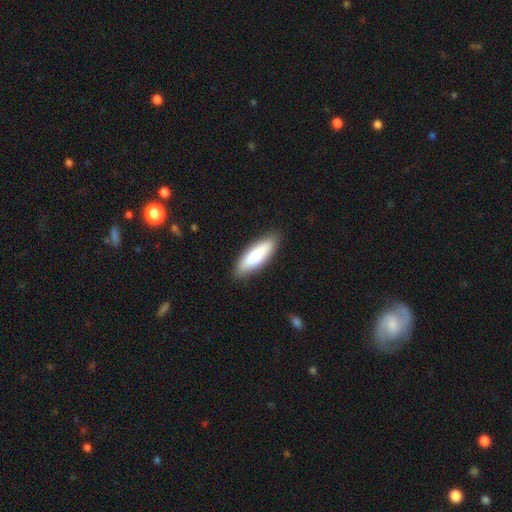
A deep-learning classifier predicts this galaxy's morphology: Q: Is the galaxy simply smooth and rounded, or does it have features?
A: smooth — 75%.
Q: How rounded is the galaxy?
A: in between — 49%, tied with cigar-shaped.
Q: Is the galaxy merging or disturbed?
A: none — 86%.